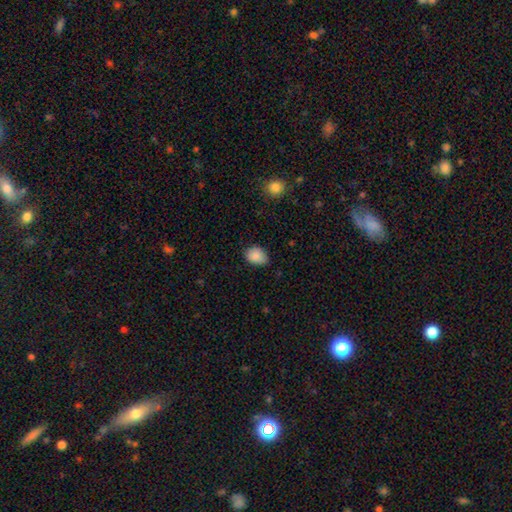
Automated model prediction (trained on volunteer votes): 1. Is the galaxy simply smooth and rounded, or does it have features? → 88% smooth, 8% star or artifact, 4% featured or disk.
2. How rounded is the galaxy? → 68% in between, 31% round, 1% cigar-shaped.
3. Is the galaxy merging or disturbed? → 71% none, 25% minor disturbance, 3% major disturbance, 1% merger.